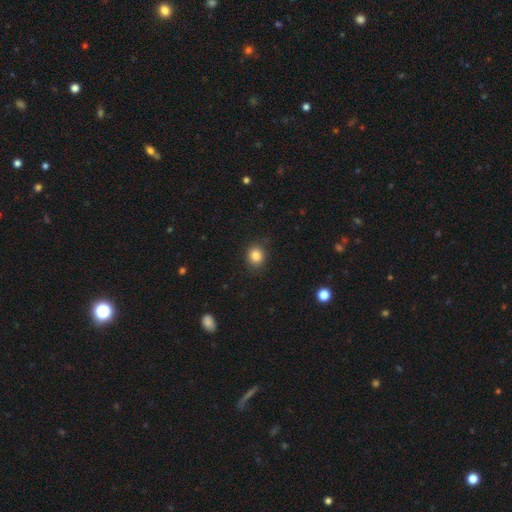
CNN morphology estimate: smooth-or-featured: smooth: 84% | star or artifact: 11% | featured or disk: 5%
  how-rounded: round: 76% | in between: 23% | cigar-shaped: 1%
  merging: none: 87% | minor disturbance: 9% | major disturbance: 3% | merger: 1%